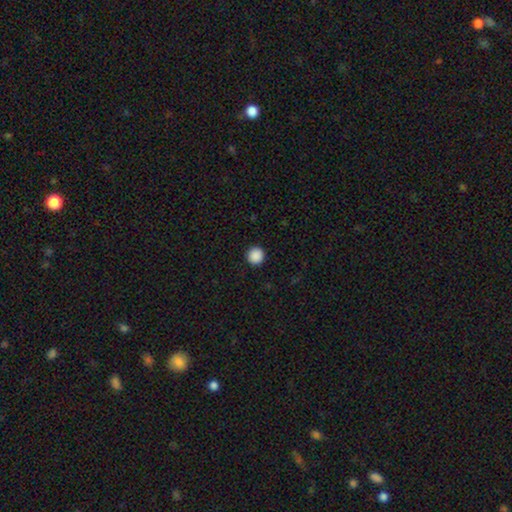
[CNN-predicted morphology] The model was most divided on "smooth or featured": smooth: 89%, star or artifact: 9%, featured or disk: 2%. More confident: how rounded — round (96%); merging — none (93%).